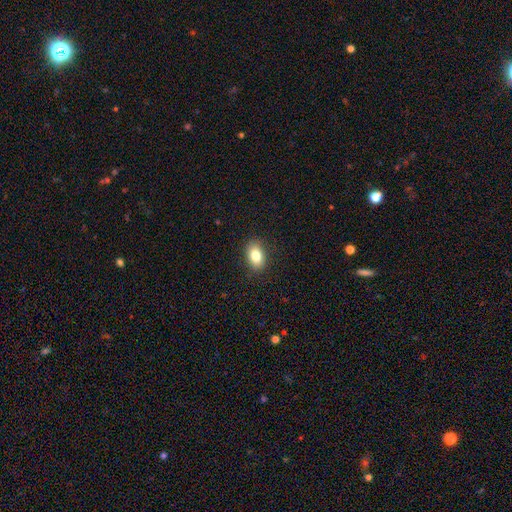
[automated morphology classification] A smooth galaxy with no disk features (82%) that is in between round and cigar-shaped (84%). Merging: none (88%).